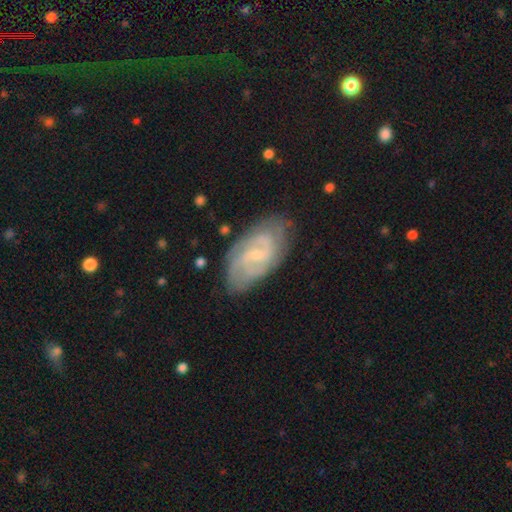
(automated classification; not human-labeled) Smooth or featured?
  - featured or disk: 81% *
  - smooth: 13%
  - star or artifact: 6%
Edge-on disk?
  - no: 96% *
  - yes: 4%
Bar?
  - weak: 52% *
  - no: 37%
  - strong: 11%
Spiral arms?
  - yes: 94% *
  - no: 6%
Spiral winding?
  - medium: 44% *
  - tight: 42%
  - loose: 14%
Spiral arm count?
  - 2: 54% *
  - can't tell: 22%
  - 3: 13%
  - 4: 4%
  - 1: 3%
  - more than 4: 3%
Bulge size?
  - small: 70% *
  - moderate: 21%
  - none: 7%
  - large: 1%
  - dominant: 1%
Merging?
  - none: 75% *
  - minor disturbance: 18%
  - major disturbance: 5%
  - merger: 2%